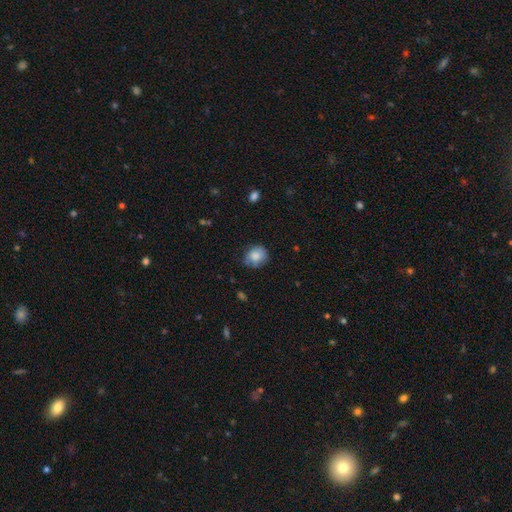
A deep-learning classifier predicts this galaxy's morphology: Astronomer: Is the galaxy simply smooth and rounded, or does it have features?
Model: smooth — 81%.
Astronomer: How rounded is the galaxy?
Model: round — 67%.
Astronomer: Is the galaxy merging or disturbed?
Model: none — 66%.